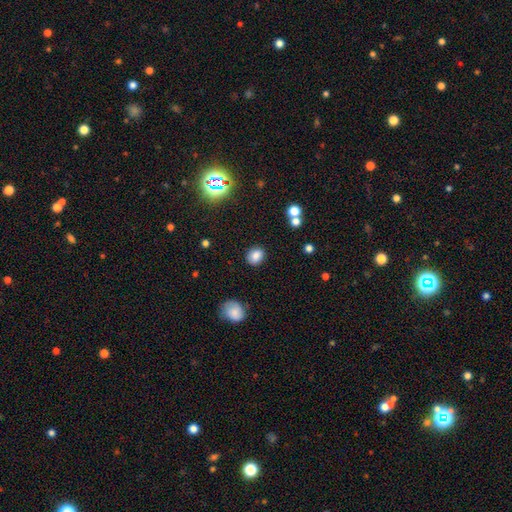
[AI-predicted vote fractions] This is clearly a smooth galaxy (83%). How rounded: likely round (60%). Merging: clearly none (87%).